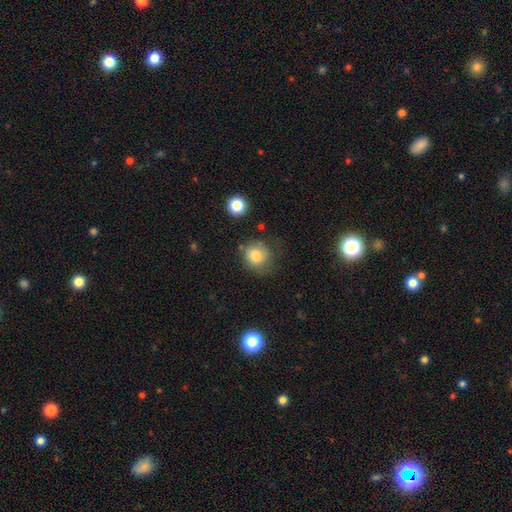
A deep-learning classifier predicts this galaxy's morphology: This appears to be a smooth galaxy with no disk features (80%) that is round (77%). Merging: none (62%).